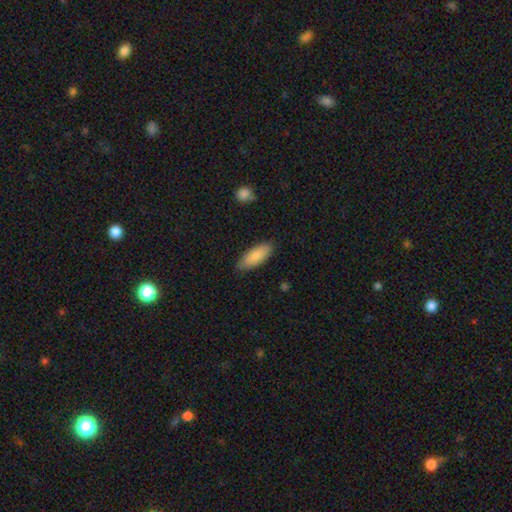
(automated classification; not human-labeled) Smooth or featured: smooth — 86% (featured or disk — 9%)
How rounded: in between — 75% (cigar-shaped — 24%)
Merging: none — 85% (minor disturbance — 11%)